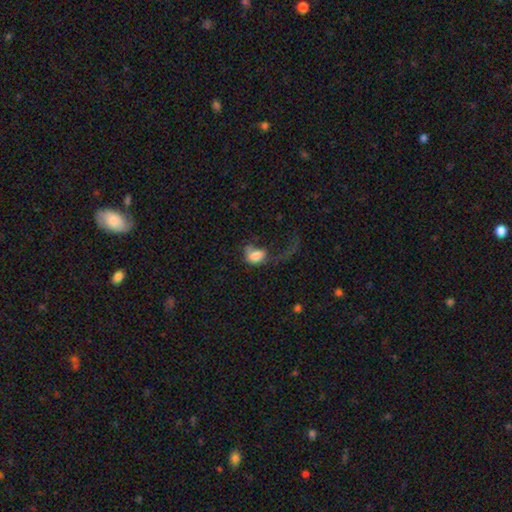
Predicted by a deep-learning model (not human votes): smooth 69%, featured or disk 22%, star or artifact 9%. Down the decision tree: how rounded — in between (78%); merging — major disturbance (63%).